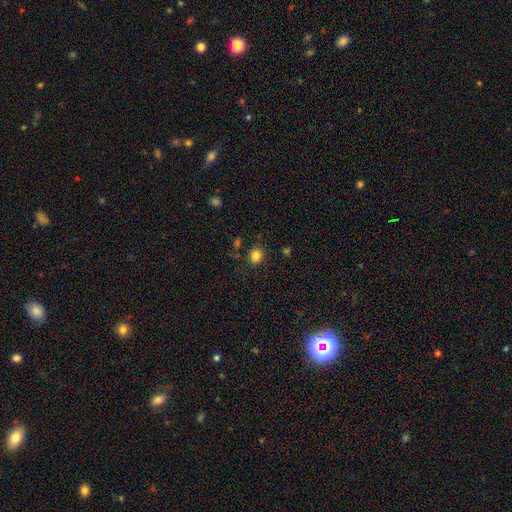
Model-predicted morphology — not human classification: smooth_or_featured: smooth (p=0.83) [alt: star or artifact p=0.12]
how_rounded: round (p=0.74) [alt: in between p=0.25]
merging: none (p=0.81) [alt: minor disturbance p=0.11]